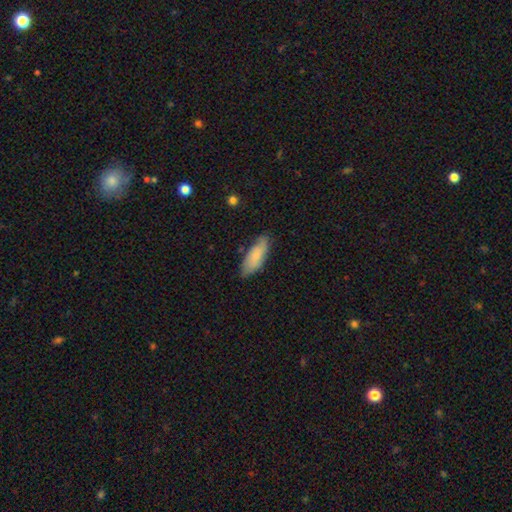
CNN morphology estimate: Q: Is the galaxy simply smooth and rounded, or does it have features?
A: smooth — 73%.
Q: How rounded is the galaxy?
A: in between — 73%.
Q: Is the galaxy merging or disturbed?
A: none — 73%.